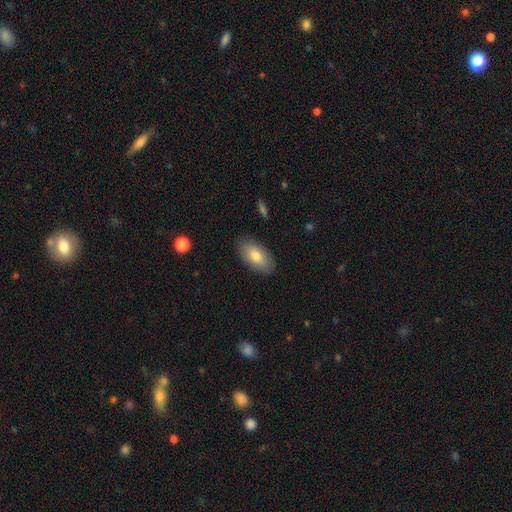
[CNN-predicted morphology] This appears to be a smooth galaxy with no disk features (78%) that is in between round and cigar-shaped (93%). Merging: none (87%).